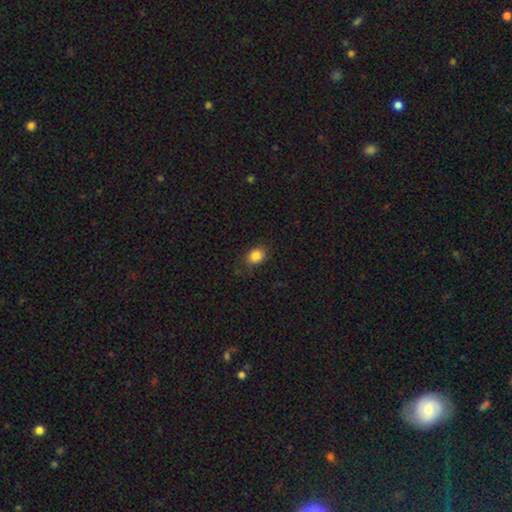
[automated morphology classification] smooth_or_featured: smooth (p=0.85) [alt: star or artifact p=0.10]
how_rounded: in between (p=0.53) [alt: round p=0.46]
merging: none (p=0.80) [alt: minor disturbance p=0.15]